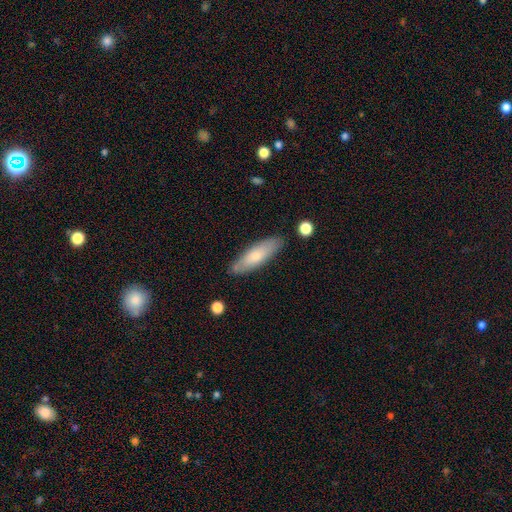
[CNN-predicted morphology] A smooth galaxy with no disk features (70%) that is cigar-shaped (53%). Merging: none (82%).